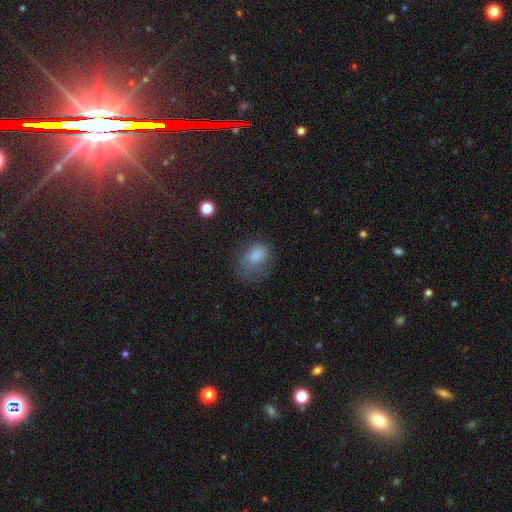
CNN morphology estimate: type=smooth (80%); roundness=in between (77%); merging=none (42%).